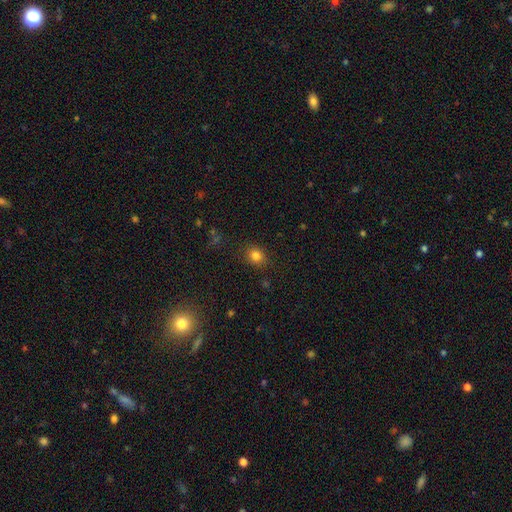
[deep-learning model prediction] Smooth or featured?
  - smooth: 82% *
  - star or artifact: 13%
  - featured or disk: 5%
How rounded?
  - round: 71% *
  - in between: 28%
  - cigar-shaped: 1%
Merging?
  - none: 86% *
  - minor disturbance: 9%
  - major disturbance: 3%
  - merger: 1%